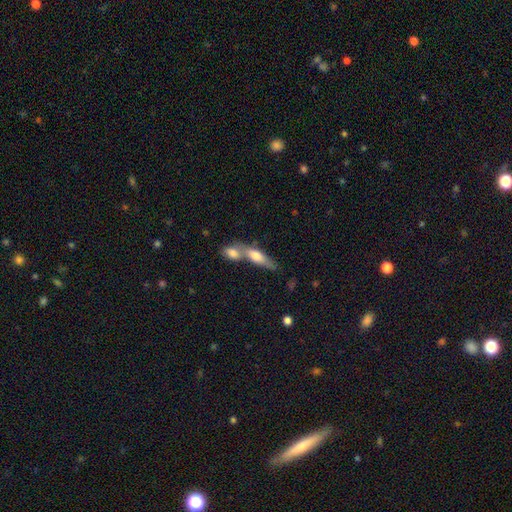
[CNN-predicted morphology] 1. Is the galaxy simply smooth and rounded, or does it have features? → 66% smooth, 28% featured or disk, 7% star or artifact.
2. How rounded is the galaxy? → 50% in between, 46% cigar-shaped, 5% round.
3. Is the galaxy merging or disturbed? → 63% merger, 25% none, 8% minor disturbance, 4% major disturbance.